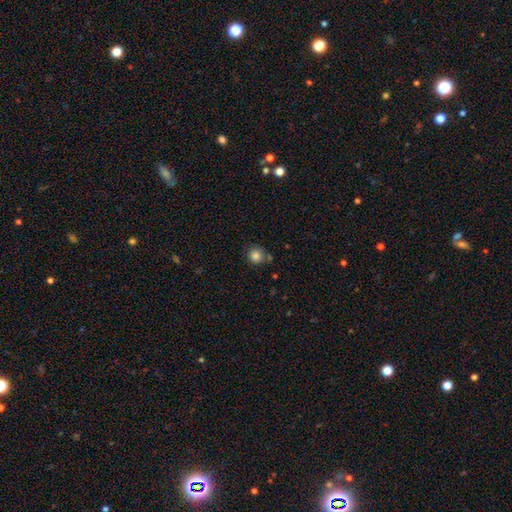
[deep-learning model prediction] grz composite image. It shows a smooth galaxy with no disk features (85%) that is round (91%). Merging: none (75%).